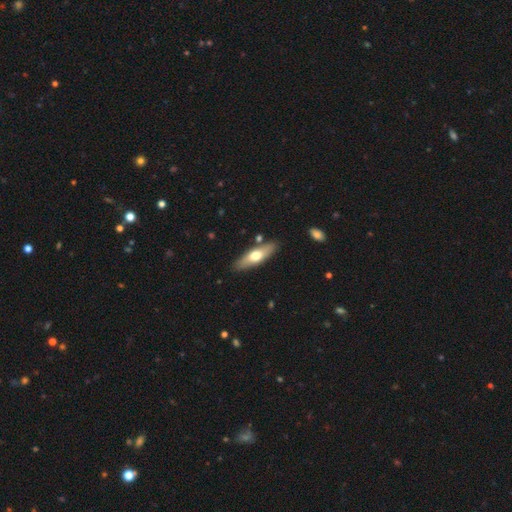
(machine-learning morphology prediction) Overall: smooth (56%; featured or disk 39%). How rounded: cigar-shaped (52%; in between 46%). Merging: none (85%).